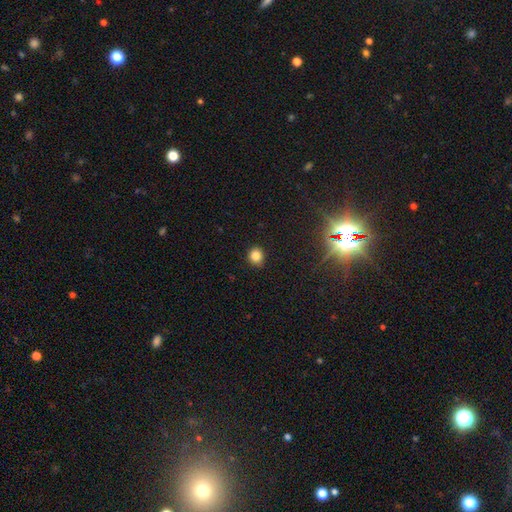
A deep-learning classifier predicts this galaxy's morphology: smooth-or-featured: smooth: 83% | star or artifact: 13% | featured or disk: 5%
  how-rounded: round: 82% | in between: 17% | cigar-shaped: 1%
  merging: none: 89% | minor disturbance: 8% | major disturbance: 2% | merger: 1%